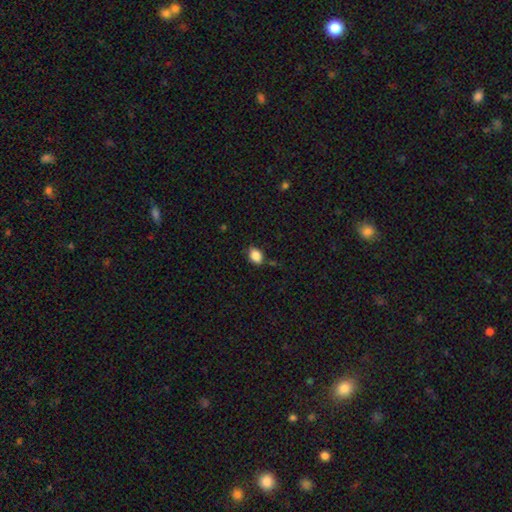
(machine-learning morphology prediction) smooth 86%, star or artifact 9%, featured or disk 5%. Down the decision tree: how rounded — in between (75%); merging — none (75%).